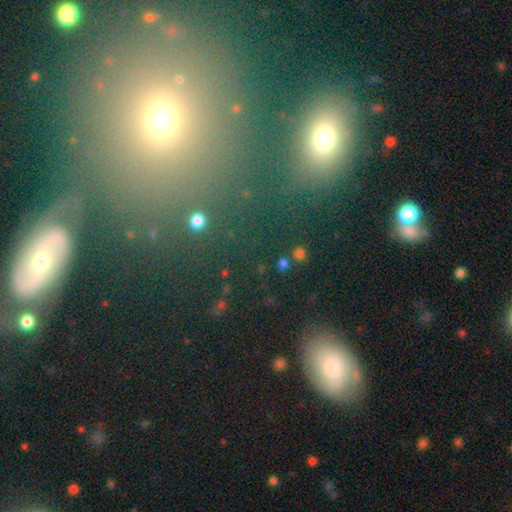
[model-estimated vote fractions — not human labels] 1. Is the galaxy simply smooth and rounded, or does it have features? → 46% smooth, 30% star or artifact, 24% featured or disk.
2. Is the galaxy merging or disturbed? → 75% none, 11% minor disturbance, 7% merger, 6% major disturbance.